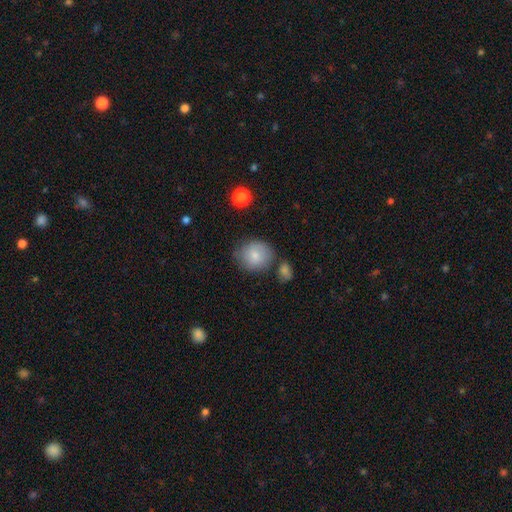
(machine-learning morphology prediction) The model was most divided on "merging": none: 64%, minor disturbance: 19%, merger: 11%, major disturbance: 5%. More confident: smooth or featured — smooth (79%); how rounded — round (79%).